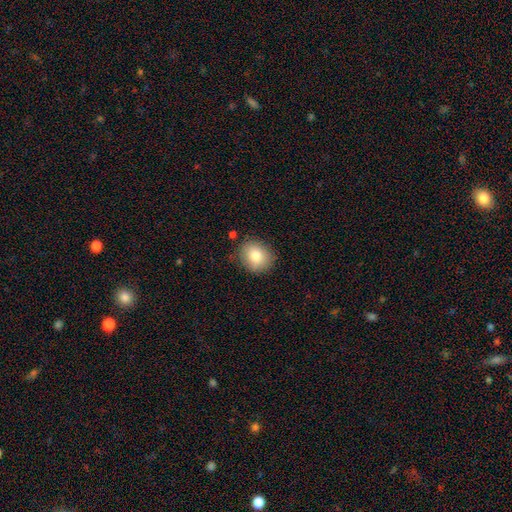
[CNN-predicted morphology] Smooth or featured?
  - smooth: 81% *
  - featured or disk: 10%
  - star or artifact: 9%
How rounded?
  - round: 69% *
  - in between: 30%
  - cigar-shaped: 1%
Merging?
  - none: 83% *
  - minor disturbance: 12%
  - major disturbance: 3%
  - merger: 2%